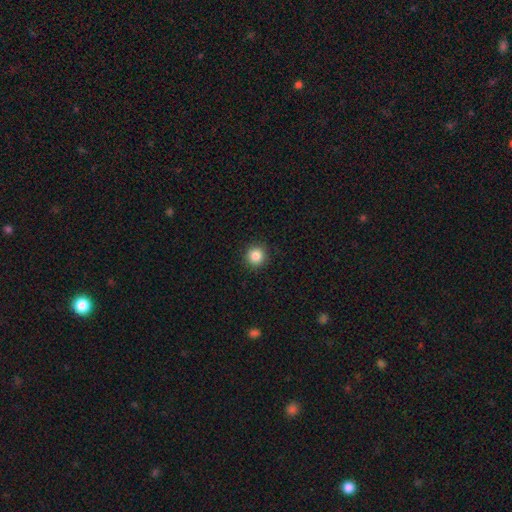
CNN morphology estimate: smooth-or-featured: smooth: 86% | star or artifact: 10% | featured or disk: 4%
  how-rounded: round: 94% | in between: 5% | cigar-shaped: 1%
  merging: none: 92% | minor disturbance: 5% | major disturbance: 2% | merger: 1%